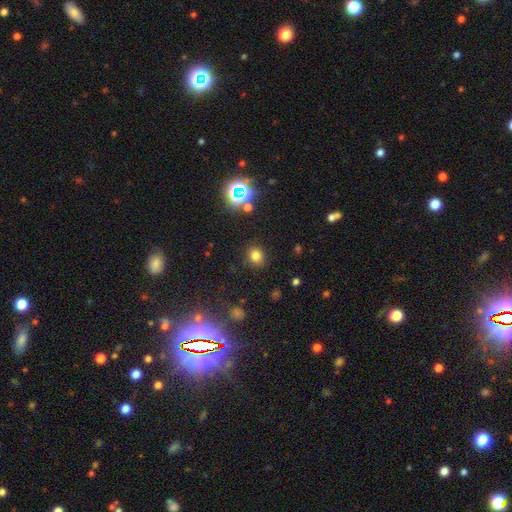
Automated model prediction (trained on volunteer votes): A smooth galaxy with no disk features (74%) that is round (72%).

Vote fractions:
- Smooth or featured? smooth: 74% / star or artifact: 19% / featured or disk: 7%
- How rounded? round: 72% / in between: 27% / cigar-shaped: 1%
- Merging? none: 87% / minor disturbance: 8% / major disturbance: 3% / merger: 2%